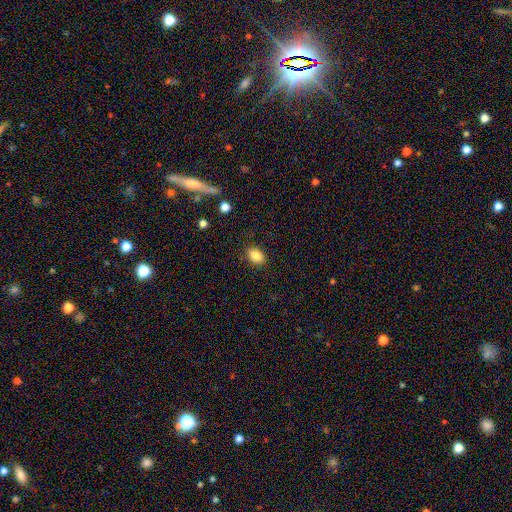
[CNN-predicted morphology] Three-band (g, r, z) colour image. It shows a smooth galaxy with no disk features (85%) that is in between round and cigar-shaped (83%). Merging: none (87%).